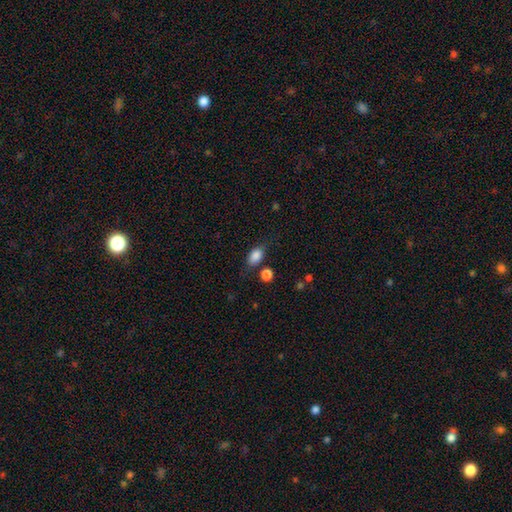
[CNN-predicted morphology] type=smooth (86%); roundness=in between (83%); merging=none (71%).